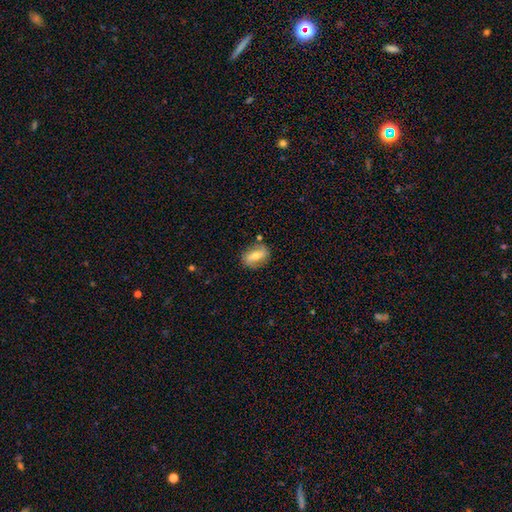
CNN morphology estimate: A featured or disk galaxy (54%). Merging: none (76%).